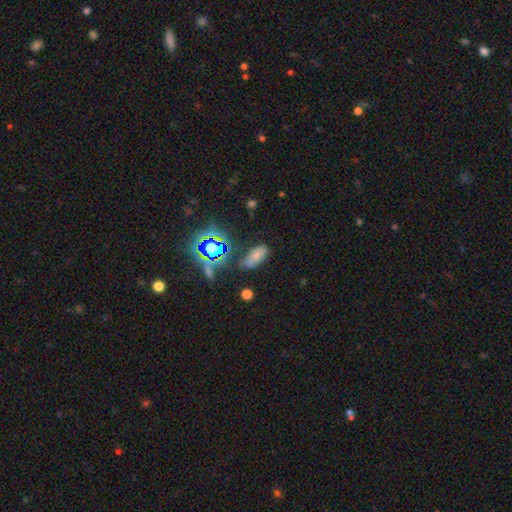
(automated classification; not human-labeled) Overall: smooth (62%; star or artifact 24%). How rounded: in between (82%). Merging: none (63%).